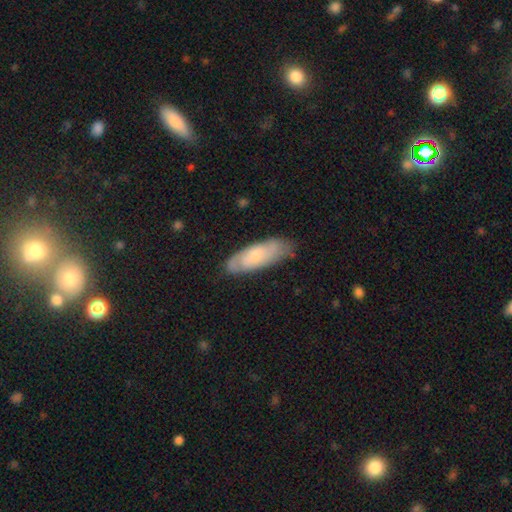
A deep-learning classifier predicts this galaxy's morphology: smooth 49%, featured or disk 45%, star or artifact 6%. Down the decision tree: merging — none (74%).